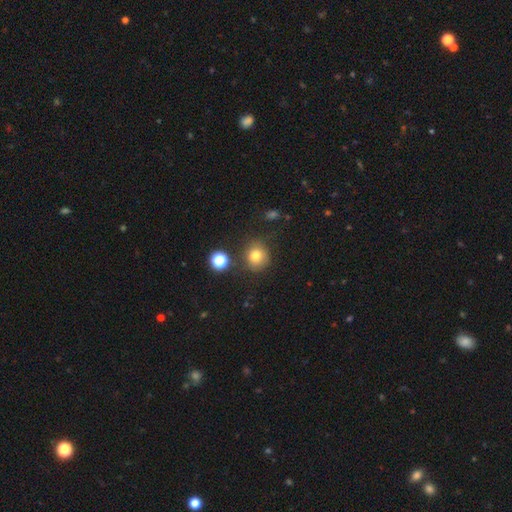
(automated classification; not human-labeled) smooth 77%, star or artifact 14%, featured or disk 8%. Down the decision tree: how rounded — round (87%); merging — none (77%).